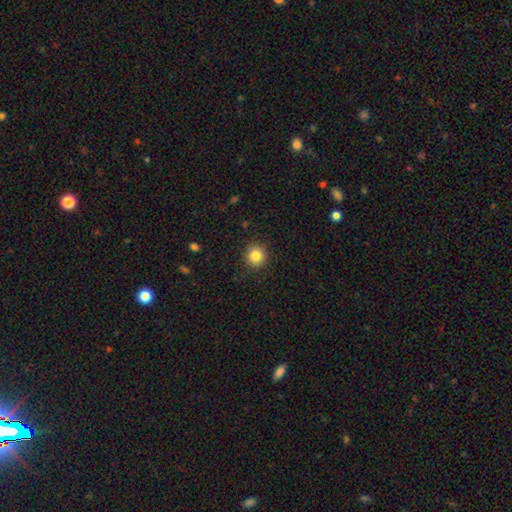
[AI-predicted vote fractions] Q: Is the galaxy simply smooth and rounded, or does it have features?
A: smooth — 84%.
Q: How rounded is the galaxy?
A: round — 90%.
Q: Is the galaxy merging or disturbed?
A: none — 89%.